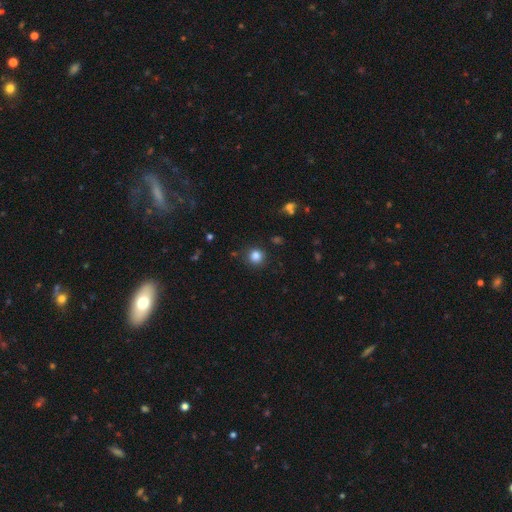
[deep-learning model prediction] Morphology: type=smooth (84%); roundness=round (92%); merging=none (87%).